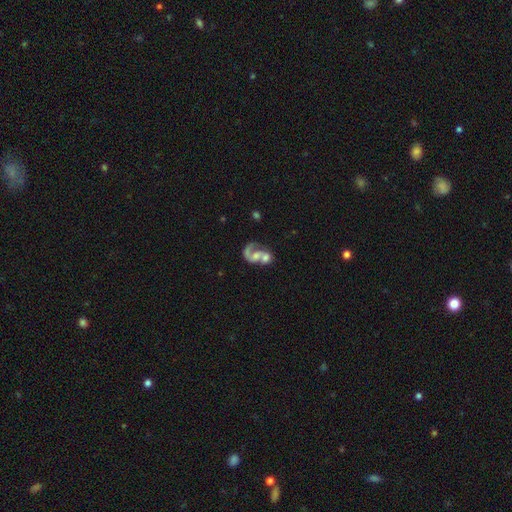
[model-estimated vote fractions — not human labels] Smooth or featured: featured or disk — 71% (smooth — 21%)
Edge-on disk: no — 98% (yes — 2%)
Bar: no — 66% (weak — 27%)
Spiral arms: yes — 81% (no — 19%)
Spiral winding: loose — 49% (medium — 36%)
Spiral arm count: 1 — 62% (2 — 30%)
Bulge size: moderate — 38% (small — 30%)
Merging: merger — 61% (none — 16%)